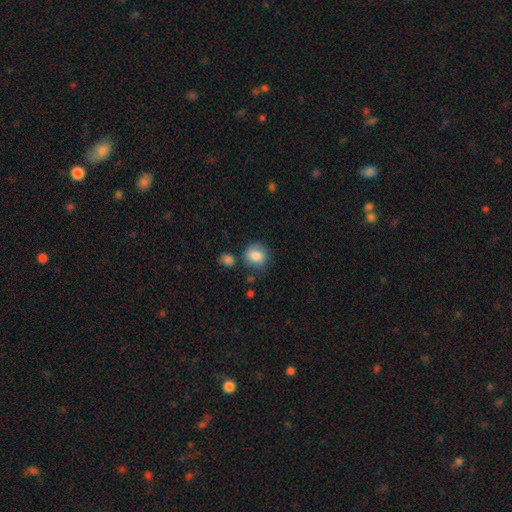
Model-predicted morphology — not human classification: A smooth galaxy with no disk features (84%) that is round (83%). Merging: none (73%).